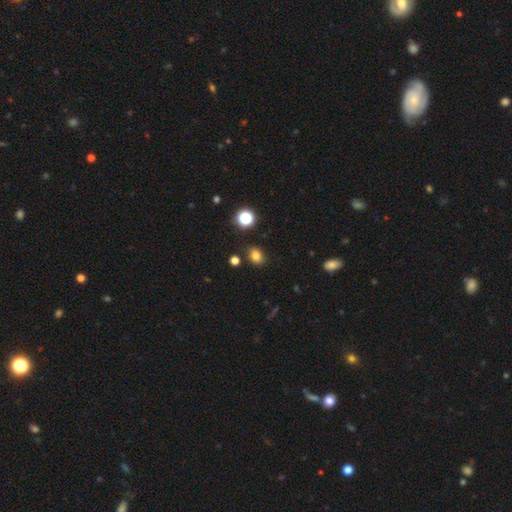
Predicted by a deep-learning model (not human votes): Morphology: type=smooth (79%); roundness=in between (53%); merging=none (84%).